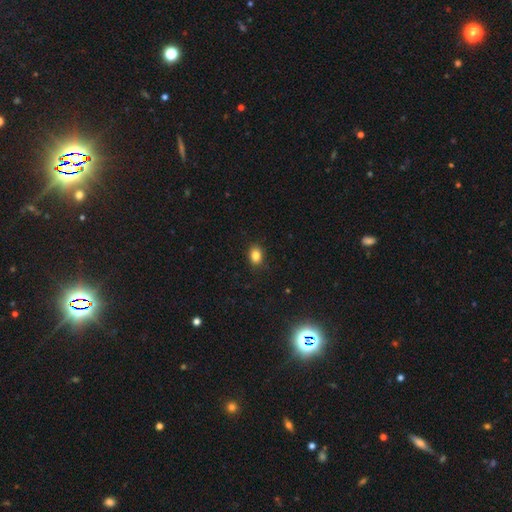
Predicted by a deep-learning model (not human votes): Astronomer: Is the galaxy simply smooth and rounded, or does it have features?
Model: smooth — 83%.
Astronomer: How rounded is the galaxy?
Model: in between — 68%.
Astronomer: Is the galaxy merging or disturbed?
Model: none — 87%.